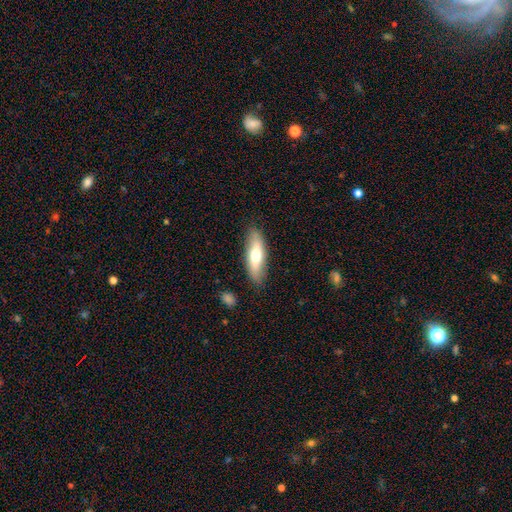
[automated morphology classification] Smooth or featured? Predicted: smooth (p=0.62). How rounded? Predicted: in between (p=0.54). Merging? Predicted: none (p=0.86).